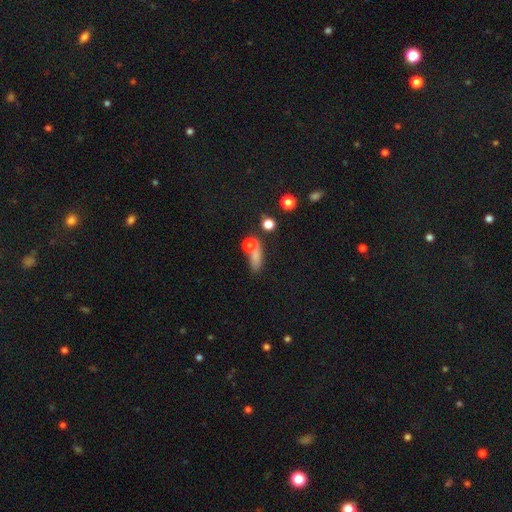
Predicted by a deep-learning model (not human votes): Morphology: type=smooth (71%); roundness=in between (52%); merging=none (43%).